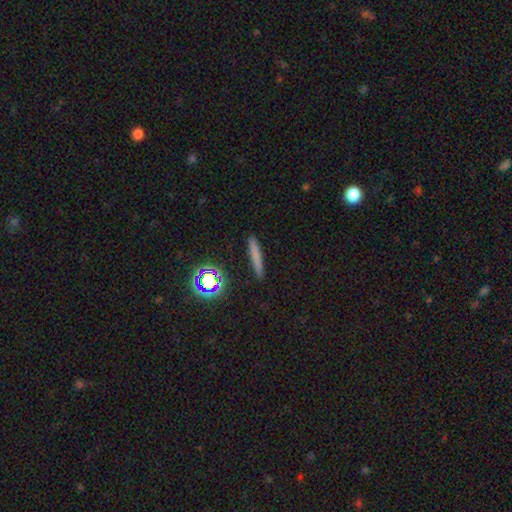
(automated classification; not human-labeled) Q: Smooth or featured?
A: smooth (69%); runner-up: featured or disk (17%)
Q: How rounded?
A: cigar-shaped (92%); runner-up: in between (5%)
Q: Merging?
A: none (90%); runner-up: minor disturbance (7%)